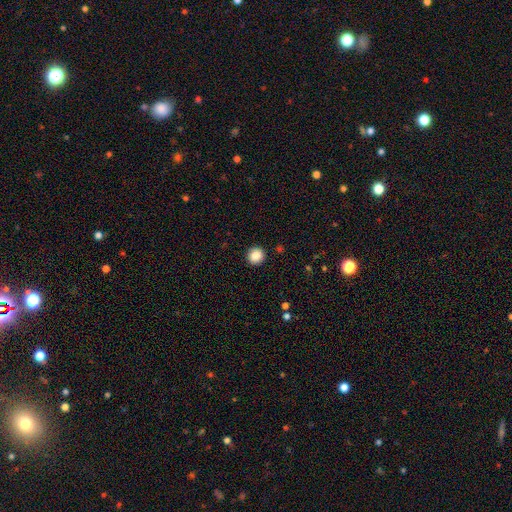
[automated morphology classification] A smooth galaxy with no disk features (88%) that is round (89%).

Vote fractions:
- Smooth or featured? smooth: 88% / star or artifact: 9% / featured or disk: 3%
- How rounded? round: 89% / in between: 10% / cigar-shaped: 1%
- Merging? none: 92% / minor disturbance: 5% / major disturbance: 2% / merger: 1%